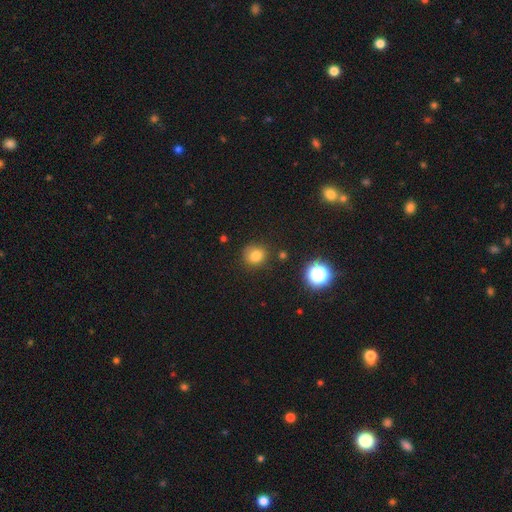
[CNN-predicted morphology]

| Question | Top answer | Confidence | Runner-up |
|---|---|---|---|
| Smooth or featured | smooth | 78% | star or artifact (15%) |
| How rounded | round | 82% | in between (17%) |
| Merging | none | 82% | minor disturbance (12%) |